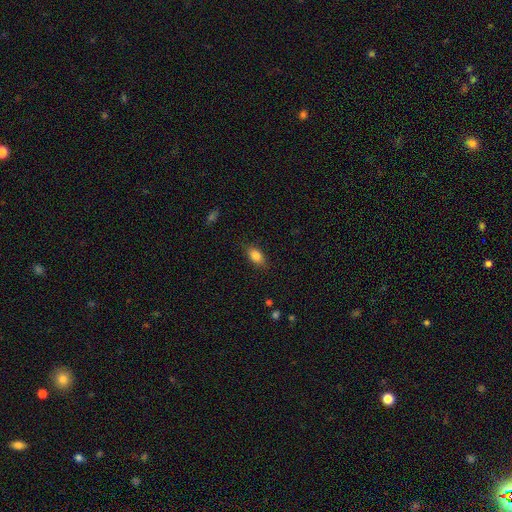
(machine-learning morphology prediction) This is clearly a smooth galaxy (84%). How rounded: clearly in between (86%). Merging: clearly none (82%).